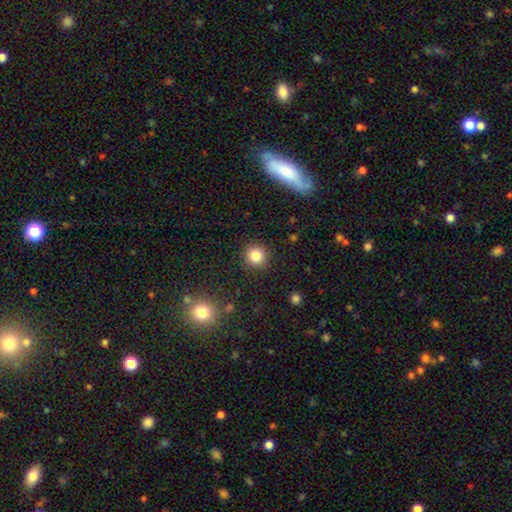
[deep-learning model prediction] smooth 83%, star or artifact 12%, featured or disk 6%. Down the decision tree: how rounded — round (93%); merging — none (90%).